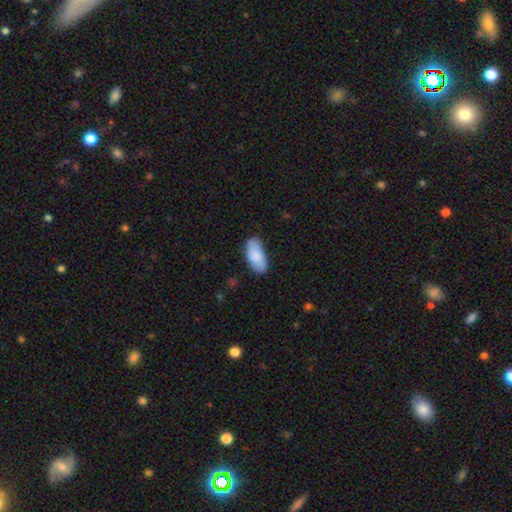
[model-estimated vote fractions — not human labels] Smooth or featured: smooth — 86% (featured or disk — 8%)
How rounded: in between — 90% (cigar-shaped — 8%)
Merging: none — 77% (minor disturbance — 18%)